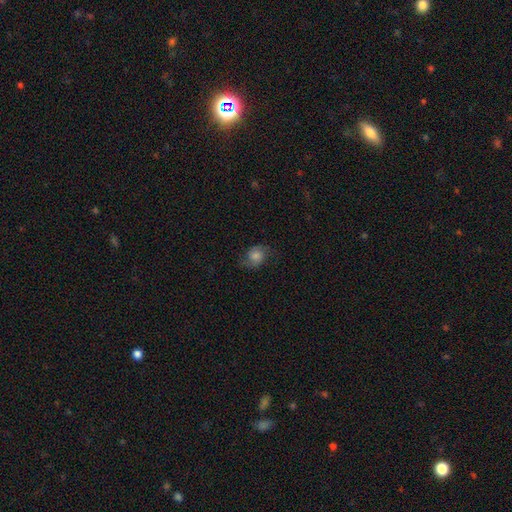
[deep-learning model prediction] A featured or disk galaxy (51%).

Vote fractions:
- Smooth or featured? featured or disk: 51% / smooth: 38% / star or artifact: 11%
- Edge-on disk? no: 97% / yes: 3%
- Merging? none: 71% / minor disturbance: 19% / major disturbance: 9% / merger: 1%